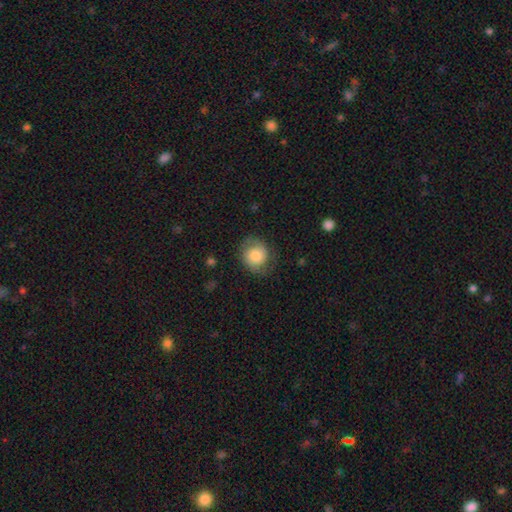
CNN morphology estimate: type=smooth (62%); roundness=round (75%); merging=none (70%).